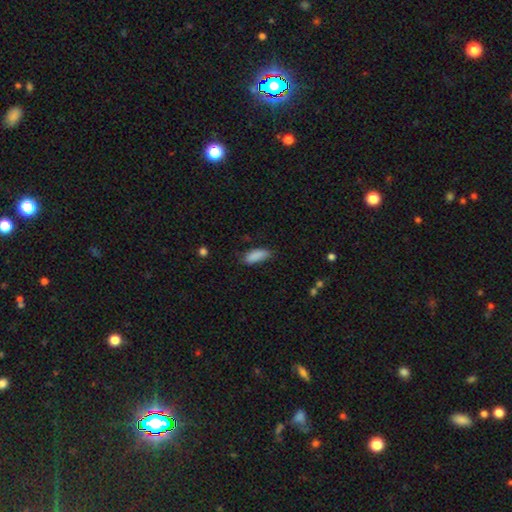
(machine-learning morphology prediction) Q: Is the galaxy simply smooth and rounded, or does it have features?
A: smooth — 89%.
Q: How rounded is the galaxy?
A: in between — 75%.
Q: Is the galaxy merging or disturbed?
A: none — 74%.